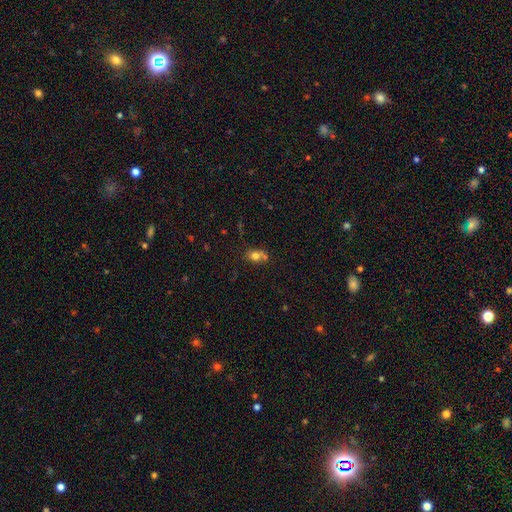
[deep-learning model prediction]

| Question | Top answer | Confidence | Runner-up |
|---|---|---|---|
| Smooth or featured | smooth | 74% | star or artifact (13%) |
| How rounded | round | 52% | in between (46%) |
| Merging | none | 44% | merger (35%) |